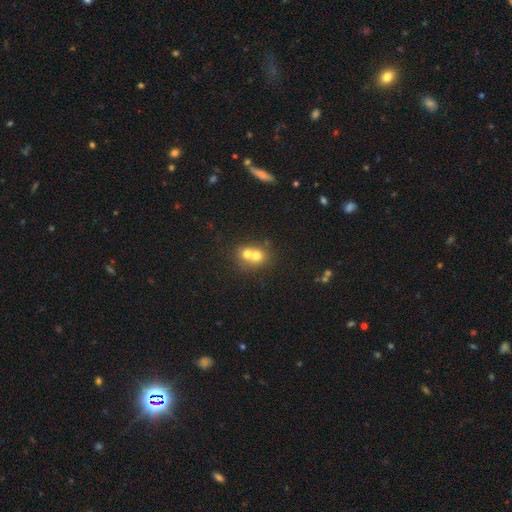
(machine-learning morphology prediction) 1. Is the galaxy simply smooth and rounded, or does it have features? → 67% smooth, 22% featured or disk, 11% star or artifact.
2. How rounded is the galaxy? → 75% round, 24% in between, 1% cigar-shaped.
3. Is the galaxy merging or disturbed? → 68% merger, 25% none, 5% minor disturbance, 2% major disturbance.